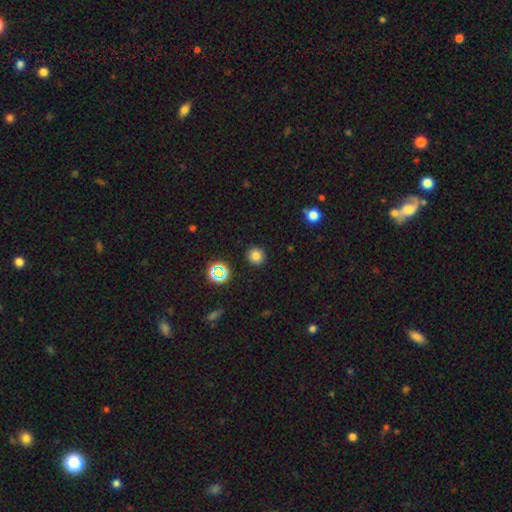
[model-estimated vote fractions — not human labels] smooth-or-featured: smooth: 78% | star or artifact: 17% | featured or disk: 5%
  how-rounded: round: 92% | in between: 7% | cigar-shaped: 1%
  merging: none: 90% | minor disturbance: 6% | major disturbance: 2% | merger: 1%